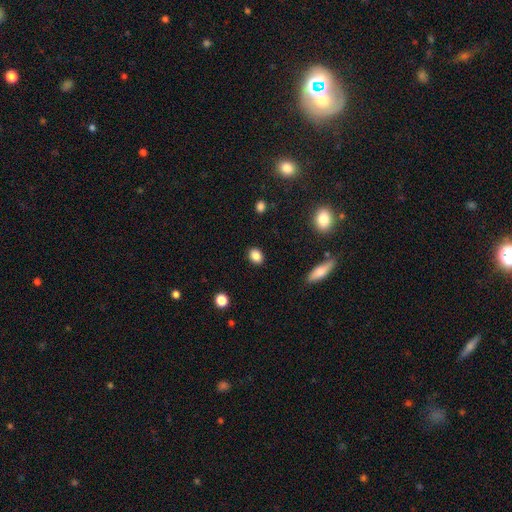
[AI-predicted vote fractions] Smooth or featured? Predicted: smooth (p=0.86). How rounded? Predicted: in between (p=0.64). Merging? Predicted: none (p=0.89).